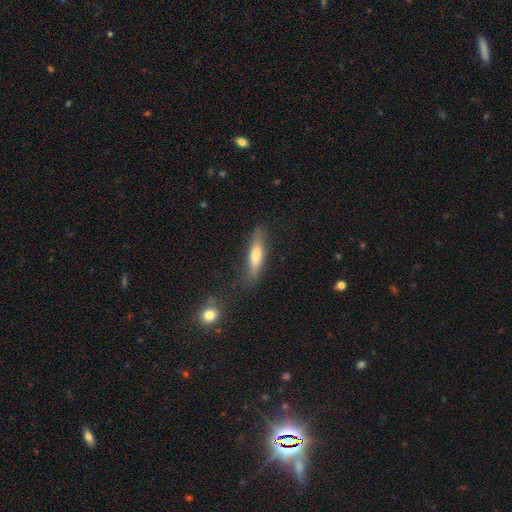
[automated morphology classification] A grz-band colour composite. It shows a smooth galaxy with no disk features (65%) that is cigar-shaped (76%). Merging: none (73%).